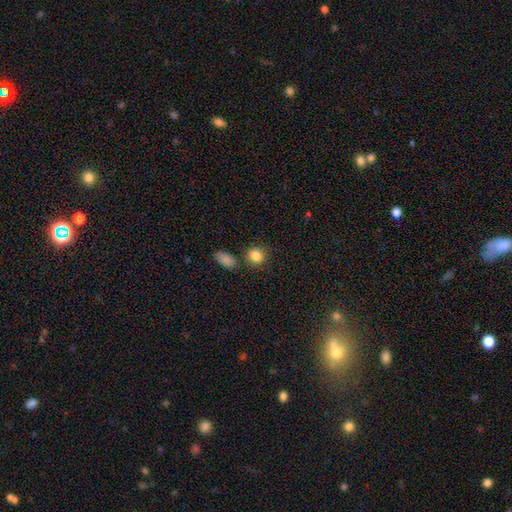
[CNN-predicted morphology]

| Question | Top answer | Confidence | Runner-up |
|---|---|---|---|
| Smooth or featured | smooth | 85% | star or artifact (10%) |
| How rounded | round | 78% | in between (20%) |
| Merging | none | 77% | minor disturbance (12%) |